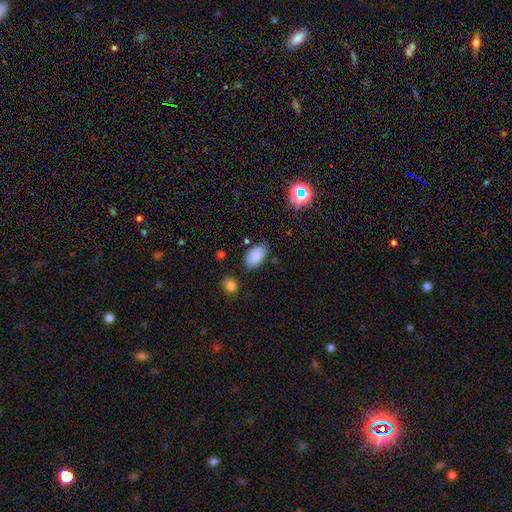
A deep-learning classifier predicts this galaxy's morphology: A smooth galaxy with no disk features (86%) that is in between round and cigar-shaped (94%).

Vote fractions:
- Smooth or featured? smooth: 86% / star or artifact: 8% / featured or disk: 6%
- How rounded? in between: 94% / round: 4% / cigar-shaped: 2%
- Merging? none: 78% / minor disturbance: 15% / major disturbance: 3% / merger: 3%